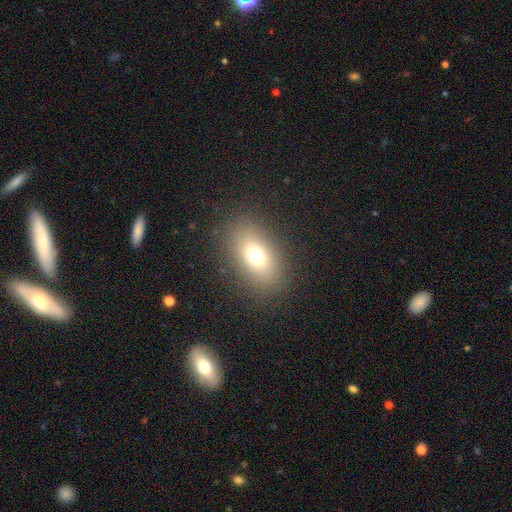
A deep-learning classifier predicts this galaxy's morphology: Overall: smooth (70%). How rounded: in between (80%). Merging: none (85%).